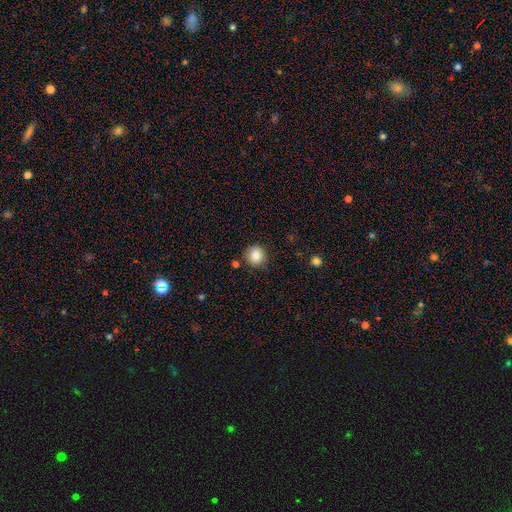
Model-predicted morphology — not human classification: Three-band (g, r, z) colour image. It shows a smooth galaxy with no disk features (87%) that is round (92%). Merging: none (86%).